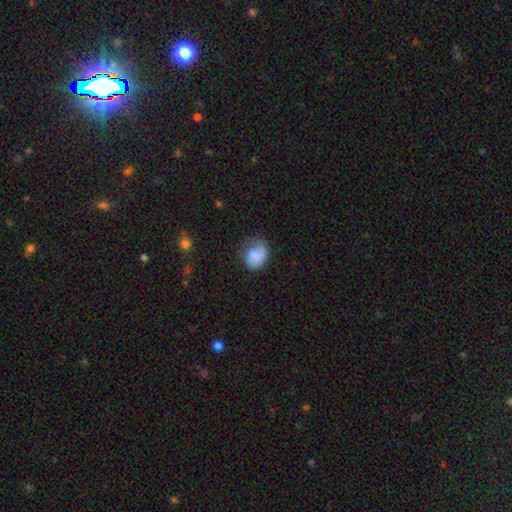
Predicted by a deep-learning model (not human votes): The model was most divided on "how rounded": in between: 51%, round: 48%, cigar-shaped: 1%. Remaining: smooth or featured — smooth (70%); merging — none (43%).